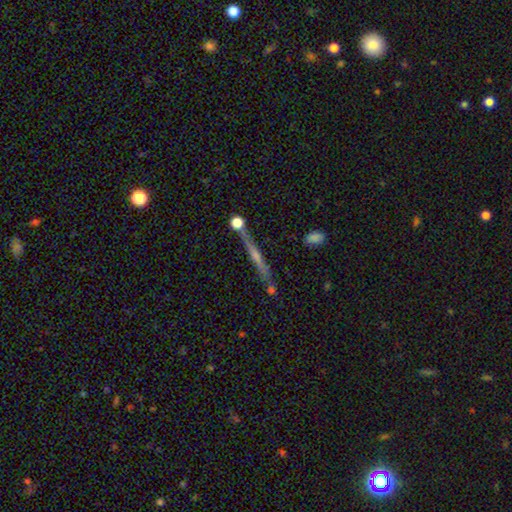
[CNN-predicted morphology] A featured or disk galaxy (62%) viewed edge-on (95%) with a rounded central bulge (50%).

Vote fractions:
- Smooth or featured? featured or disk: 62% / smooth: 28% / star or artifact: 10%
- Edge-on disk? yes: 95% / no: 5%
- Edge-on bulge? rounded: 50% / none: 40% / boxy: 9%
- Merging? none: 76% / minor disturbance: 12% / merger: 8% / major disturbance: 4%